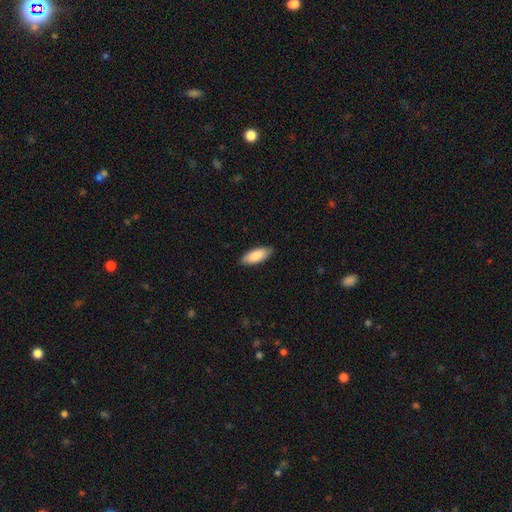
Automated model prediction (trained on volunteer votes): Smooth or featured? Predicted: smooth (p=0.87). How rounded? Predicted: in between (p=0.79). Merging? Predicted: none (p=0.88).